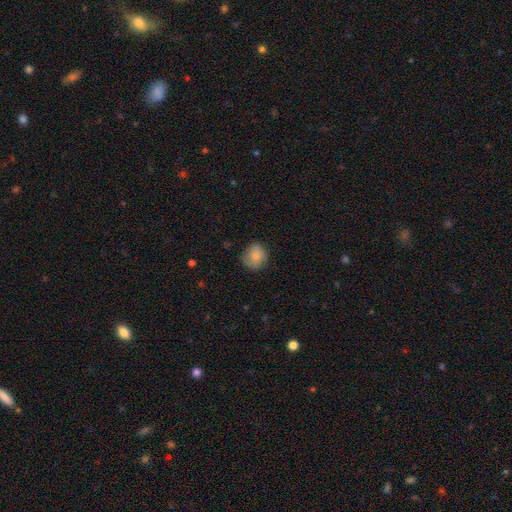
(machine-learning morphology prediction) smooth 83%, featured or disk 9%, star or artifact 8%. Down the decision tree: how rounded — round (82%); merging — none (75%).